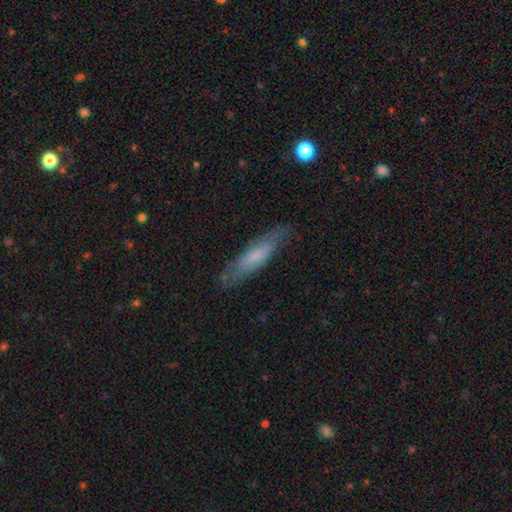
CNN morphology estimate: A smooth galaxy with no disk features (63%) that is cigar-shaped (75%).

Vote fractions:
- Smooth or featured? smooth: 63% / featured or disk: 31% / star or artifact: 6%
- How rounded? cigar-shaped: 75% / in between: 24% / round: 1%
- Merging? none: 80% / minor disturbance: 15% / major disturbance: 4% / merger: 1%